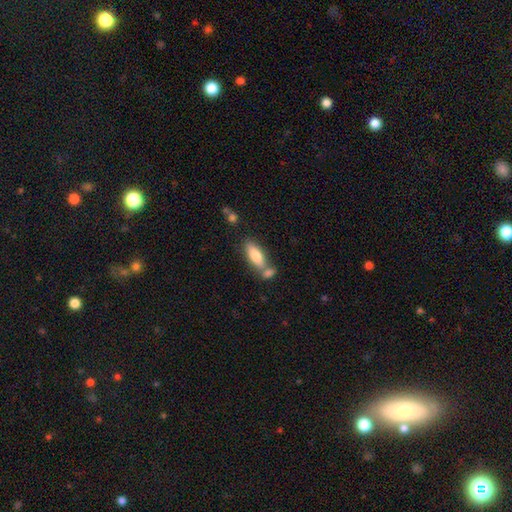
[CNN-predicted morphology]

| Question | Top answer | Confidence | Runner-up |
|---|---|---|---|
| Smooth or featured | smooth | 78% | featured or disk (16%) |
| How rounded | in between | 71% | cigar-shaped (27%) |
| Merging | none | 53% | merger (31%) |